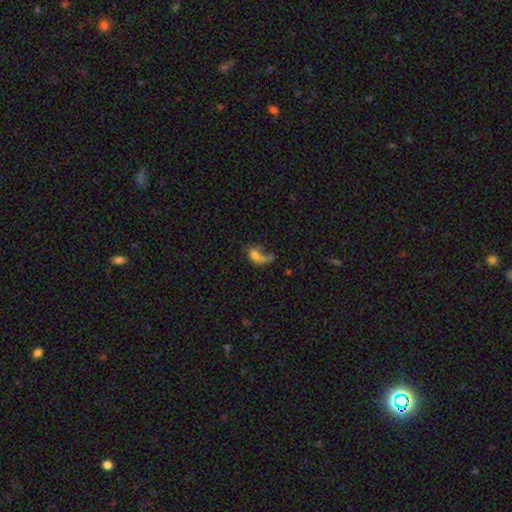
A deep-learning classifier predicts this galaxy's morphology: A smooth galaxy with no disk features (59%) that is in between round and cigar-shaped (74%). Merging: major disturbance (39%).